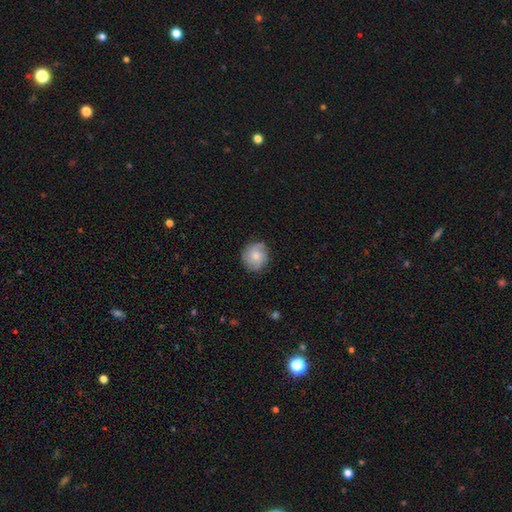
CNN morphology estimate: Overall: smooth (69%). How rounded: round (85%). Merging: none (77%).